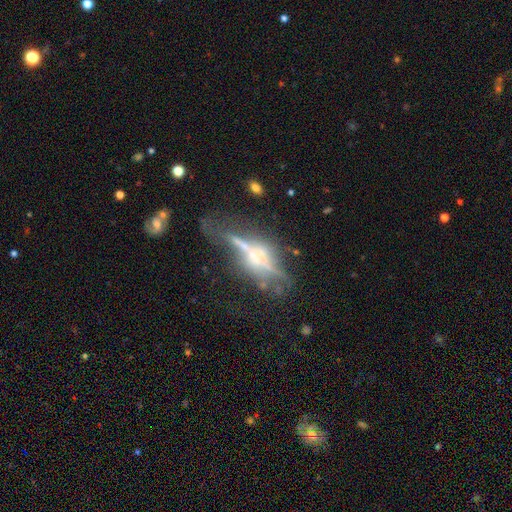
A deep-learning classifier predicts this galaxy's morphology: Smooth or featured?
  - featured or disk: 71% *
  - smooth: 16%
  - star or artifact: 13%
Edge-on disk?
  - yes: 77% *
  - no: 23%
Edge-on bulge?
  - rounded: 73% *
  - boxy: 17%
  - none: 9%
Merging?
  - none: 47% *
  - major disturbance: 21%
  - minor disturbance: 19%
  - merger: 13%